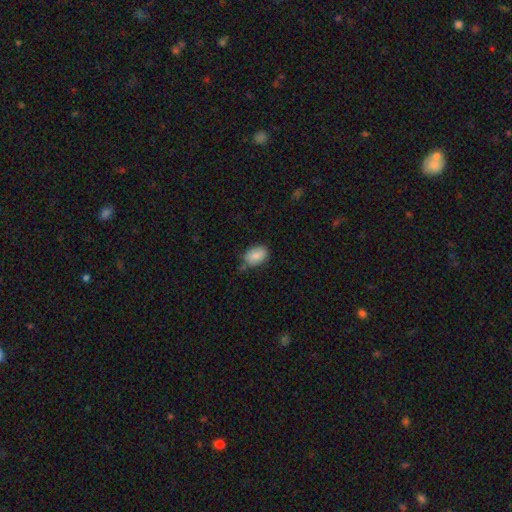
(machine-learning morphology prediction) smooth 86%, star or artifact 7%, featured or disk 7%. Down the decision tree: how rounded — in between (89%); merging — none (67%).